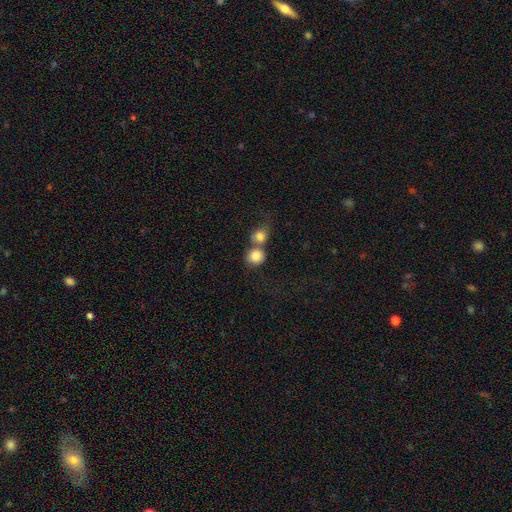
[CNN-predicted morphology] This appears to be a smooth galaxy with no disk features (82%) that is round (81%). Merging: merger (57%).